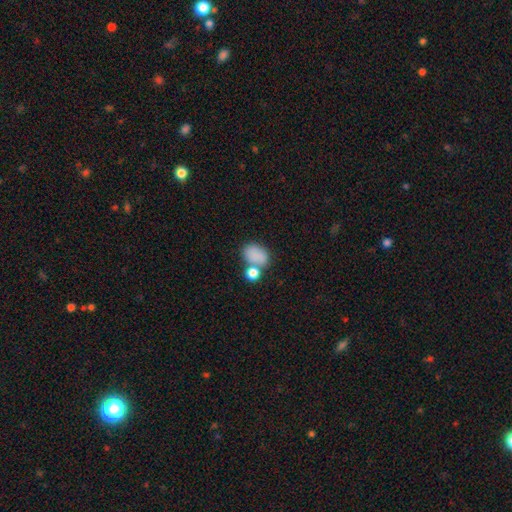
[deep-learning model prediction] Q: Smooth or featured?
A: smooth (82%); runner-up: star or artifact (11%)
Q: How rounded?
A: in between (74%); runner-up: round (25%)
Q: Merging?
A: none (52%); runner-up: merger (27%)